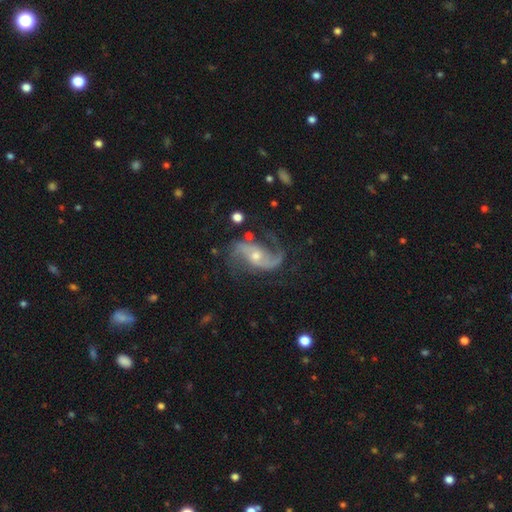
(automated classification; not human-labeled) smooth-or-featured: featured or disk: 90% | star or artifact: 6% | smooth: 5%
  disk-edge-on: no: 97% | yes: 3%
    bar: no: 46% | weak: 36% | strong: 18%
    has-spiral-arms: yes: 97% | no: 3%
      spiral-winding: loose: 51% | medium: 39% | tight: 9%
      spiral-arm-count: 2: 88% | 1: 4% | can't tell: 3% | 3: 3% | 4: 1% | more than 4: 1%
    bulge-size: small: 49% | moderate: 46% | large: 2% | none: 2% | dominant: 1%
  merging: none: 67% | minor disturbance: 18% | major disturbance: 13% | merger: 3%